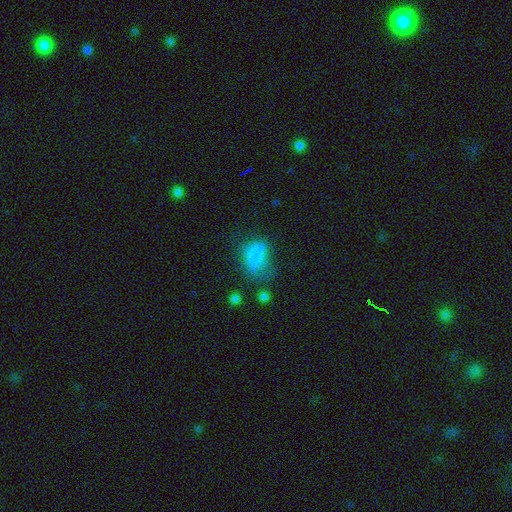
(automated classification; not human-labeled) Smooth or featured? smooth (74%)
How rounded? in between (83%)
Merging? major disturbance (33%)